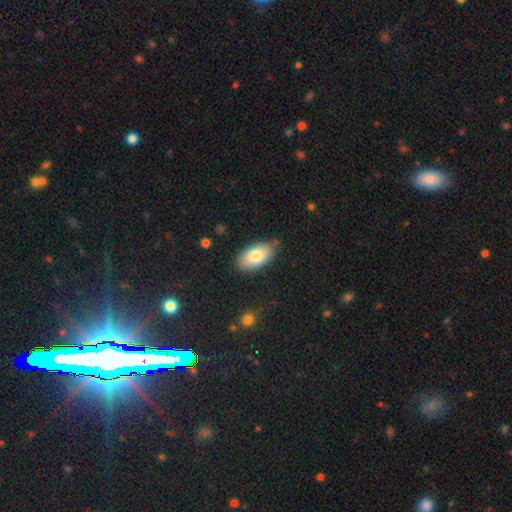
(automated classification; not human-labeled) Smooth or featured: smooth — 81% (featured or disk — 13%)
How rounded: in between — 94% (round — 3%)
Merging: none — 82% (minor disturbance — 14%)